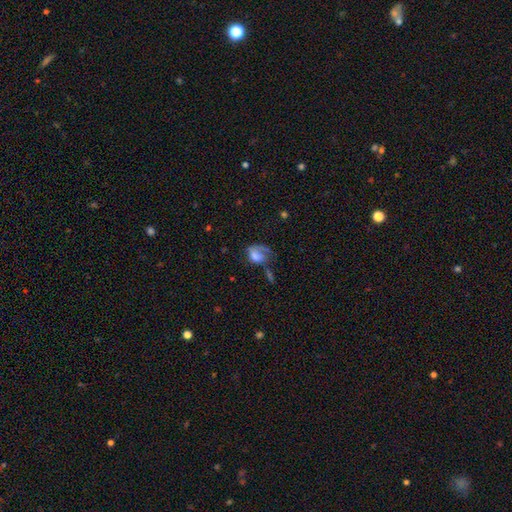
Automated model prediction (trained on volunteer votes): smooth-or-featured: smooth: 53% | featured or disk: 36% | star or artifact: 11%
  how-rounded: in between: 75% | round: 23% | cigar-shaped: 2%
  merging: major disturbance: 44% | none: 25% | minor disturbance: 19% | merger: 12%